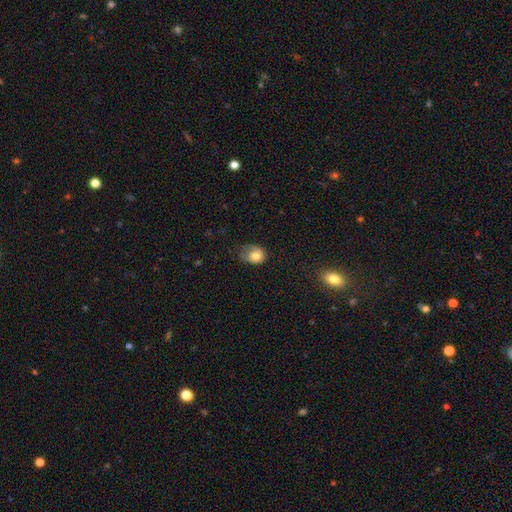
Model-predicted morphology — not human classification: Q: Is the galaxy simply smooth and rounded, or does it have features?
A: smooth — 74%.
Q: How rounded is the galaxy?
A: in between — 57%.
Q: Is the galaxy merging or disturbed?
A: minor disturbance — 40%.